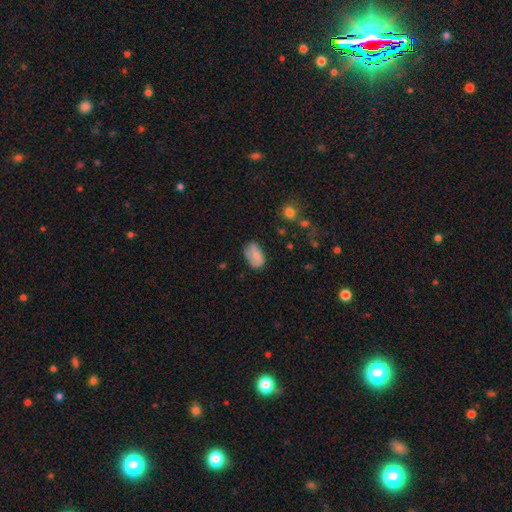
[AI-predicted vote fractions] Smooth or featured?
  - smooth: 72% *
  - featured or disk: 20%
  - star or artifact: 8%
How rounded?
  - in between: 90% *
  - round: 8%
  - cigar-shaped: 2%
Merging?
  - none: 63% *
  - minor disturbance: 27%
  - major disturbance: 8%
  - merger: 2%